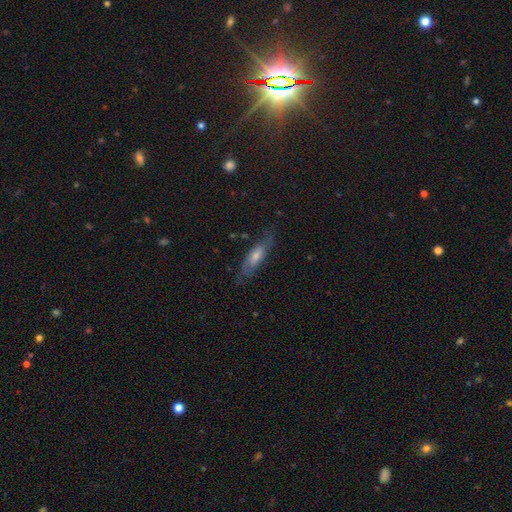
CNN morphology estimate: smooth-or-featured: featured or disk: 47% | smooth: 43% | star or artifact: 10%
  merging: none: 74% | minor disturbance: 18% | major disturbance: 6% | merger: 1%